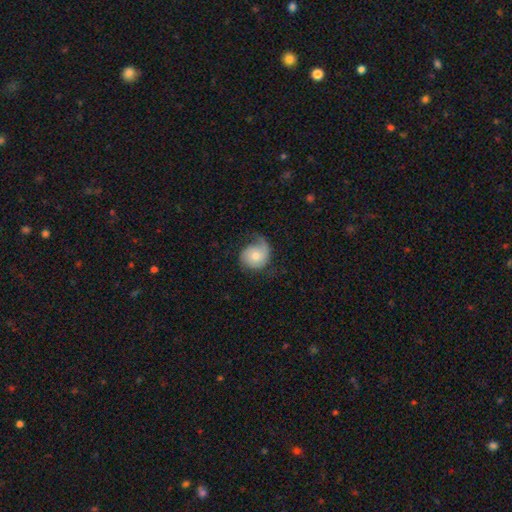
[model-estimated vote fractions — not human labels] featured or disk 50%, smooth 43%, star or artifact 7%. Down the decision tree: edge-on disk — no (97%); merging — none (44%).